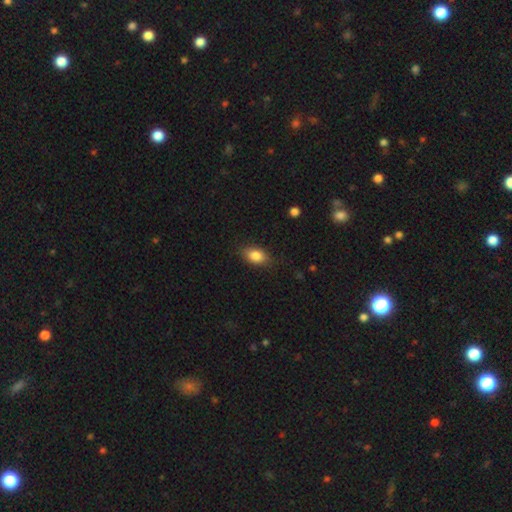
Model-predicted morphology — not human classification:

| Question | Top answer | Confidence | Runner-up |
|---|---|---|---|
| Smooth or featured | smooth | 84% | star or artifact (8%) |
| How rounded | in between | 85% | round (12%) |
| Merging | none | 83% | minor disturbance (13%) |